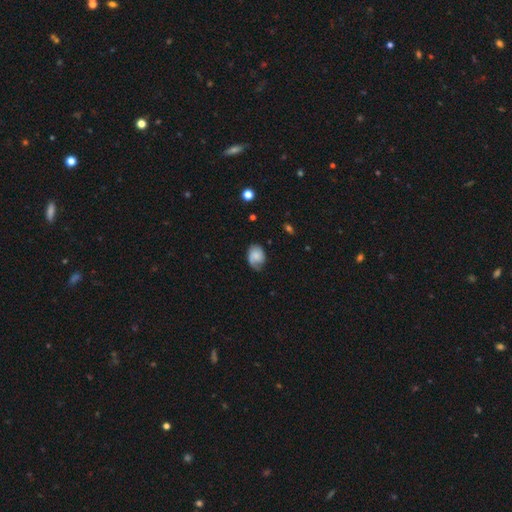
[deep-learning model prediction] smooth_or_featured: smooth (p=0.60) [alt: featured or disk p=0.32]
how_rounded: in between (p=0.67) [alt: round p=0.32]
merging: none (p=0.55) [alt: minor disturbance p=0.31]